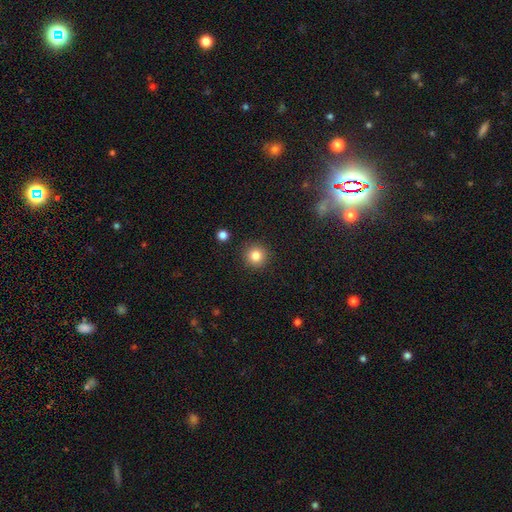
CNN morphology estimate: This appears to be a smooth galaxy with no disk features (84%) that is round (95%). Merging: none (91%).